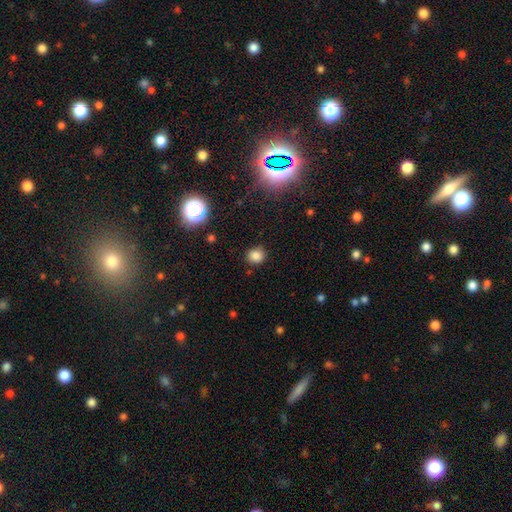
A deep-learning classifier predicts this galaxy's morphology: Smooth or featured: smooth — 82% (star or artifact — 14%)
How rounded: round — 85% (in between — 14%)
Merging: none — 87% (minor disturbance — 9%)